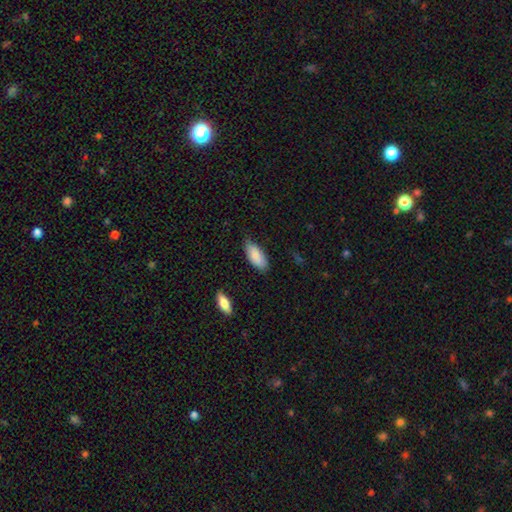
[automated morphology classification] A smooth galaxy with no disk features (88%) that is in between round and cigar-shaped (86%). Merging: none (75%).